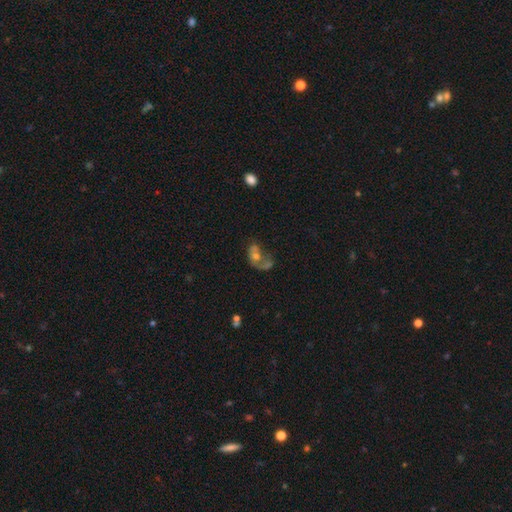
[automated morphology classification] This appears to be a featured or disk galaxy (45%). Merging: merger (39%).